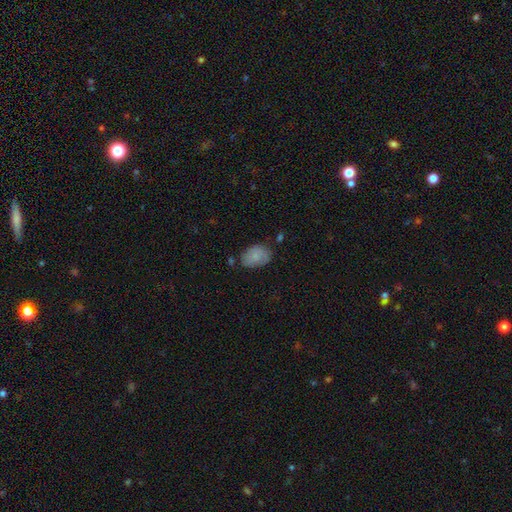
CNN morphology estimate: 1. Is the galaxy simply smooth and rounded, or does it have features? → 81% smooth, 12% featured or disk, 7% star or artifact.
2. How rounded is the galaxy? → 85% in between, 14% round, 1% cigar-shaped.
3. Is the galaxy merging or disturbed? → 65% none, 25% minor disturbance, 6% major disturbance, 5% merger.